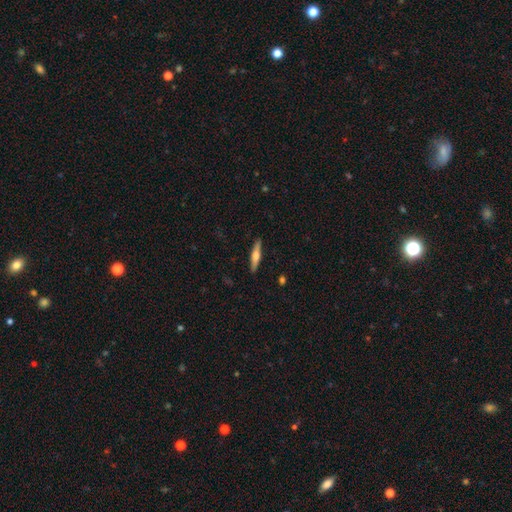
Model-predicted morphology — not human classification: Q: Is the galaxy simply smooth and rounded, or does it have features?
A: featured or disk — 53%.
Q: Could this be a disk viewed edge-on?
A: yes — 96%.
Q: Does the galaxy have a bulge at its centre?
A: rounded — 86%.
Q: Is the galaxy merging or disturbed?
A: none — 90%.